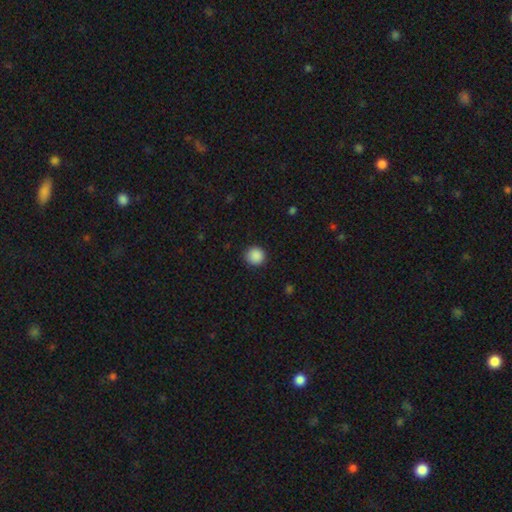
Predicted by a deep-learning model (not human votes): A smooth galaxy with no disk features (89%) that is round (94%). Merging: none (90%).